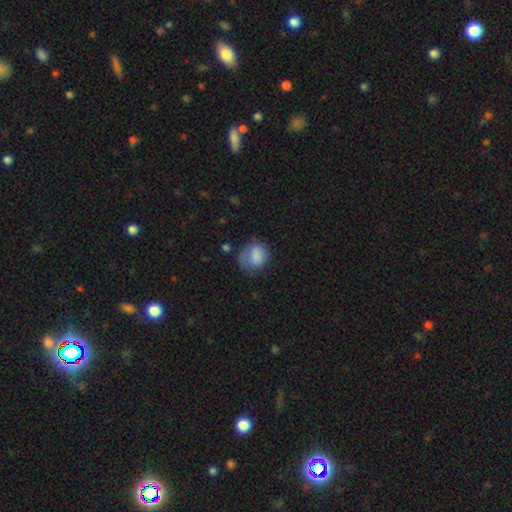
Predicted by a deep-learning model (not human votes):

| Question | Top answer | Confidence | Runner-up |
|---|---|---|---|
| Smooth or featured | smooth | 76% | featured or disk (15%) |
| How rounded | round | 60% | in between (39%) |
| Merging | none | 46% | minor disturbance (30%) |